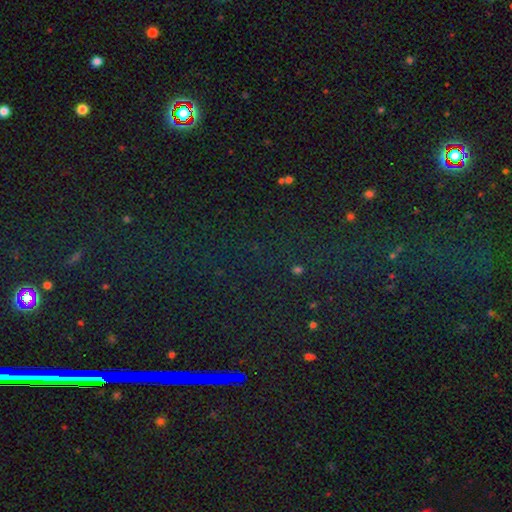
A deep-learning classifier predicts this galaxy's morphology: smooth_or_featured: star or artifact (p=0.79) [alt: smooth p=0.12]